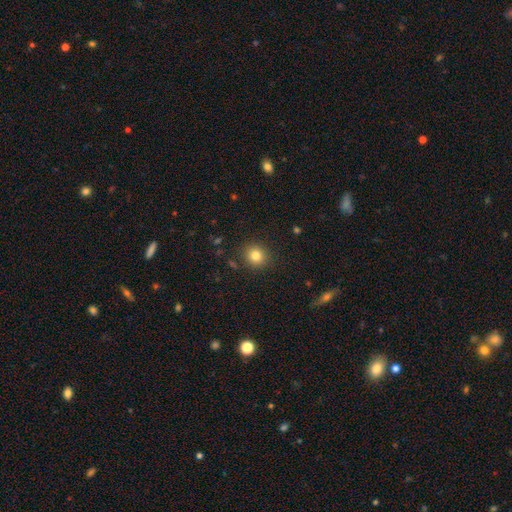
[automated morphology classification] Smooth or featured: smooth — 81% (star or artifact — 12%)
How rounded: round — 88% (in between — 11%)
Merging: none — 89% (minor disturbance — 7%)